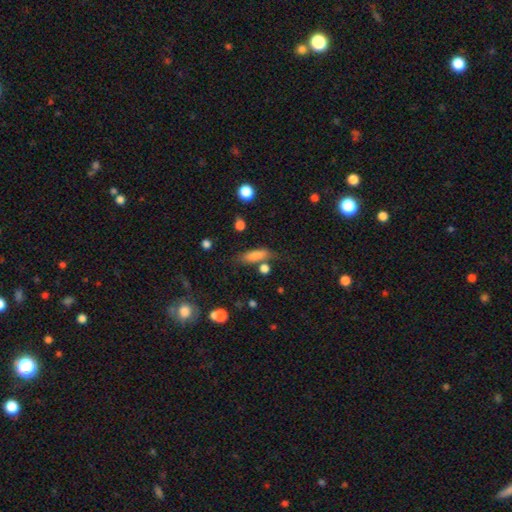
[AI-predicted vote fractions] smooth 80%, featured or disk 12%, star or artifact 8%. Down the decision tree: how rounded — in between (50%); merging — none (68%).